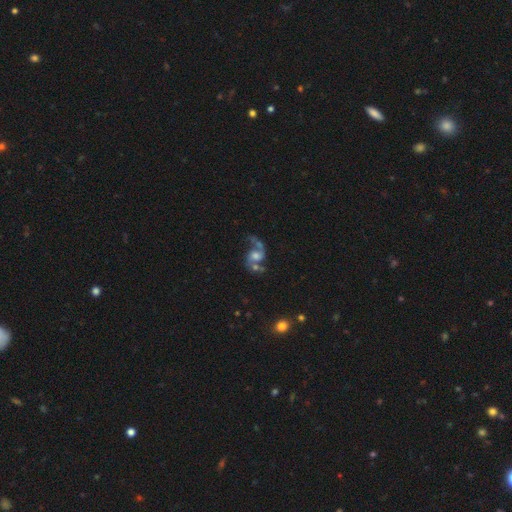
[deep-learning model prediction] Morphology: type=featured or disk (73%); edge-on=no (97%); bar=no (60%); spiral arms=yes (90%); winding=loose (67%); arm count=2 (81%); bulge=moderate (46%); merging=none (37%).